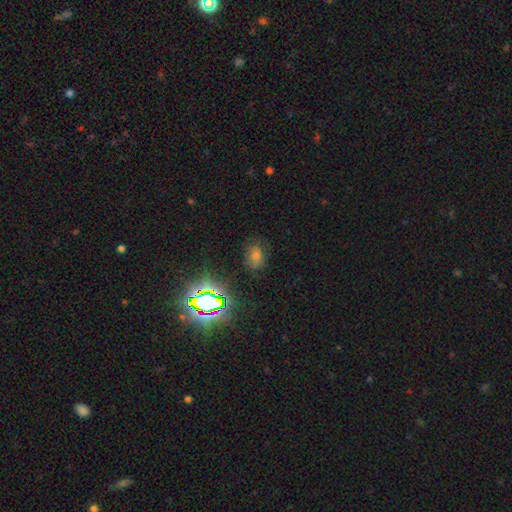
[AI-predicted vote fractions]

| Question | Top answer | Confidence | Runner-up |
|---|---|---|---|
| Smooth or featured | smooth | 44% | tied: star or artifact (44%) |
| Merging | none | 81% | minor disturbance (13%) |